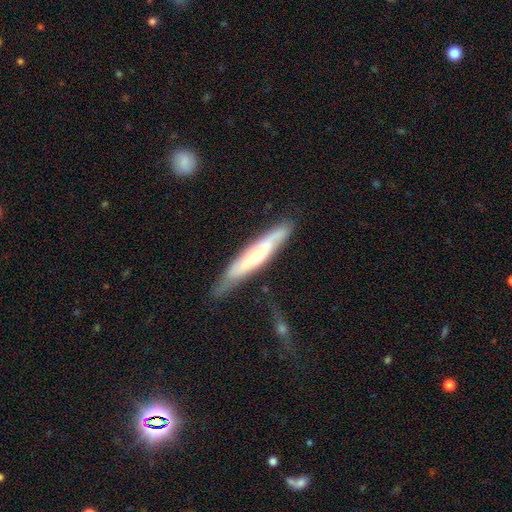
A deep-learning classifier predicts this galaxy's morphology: Smooth or featured? Predicted: featured or disk (p=0.62). Edge-on disk? Predicted: yes (p=0.74). Merging? Predicted: none (p=0.68).